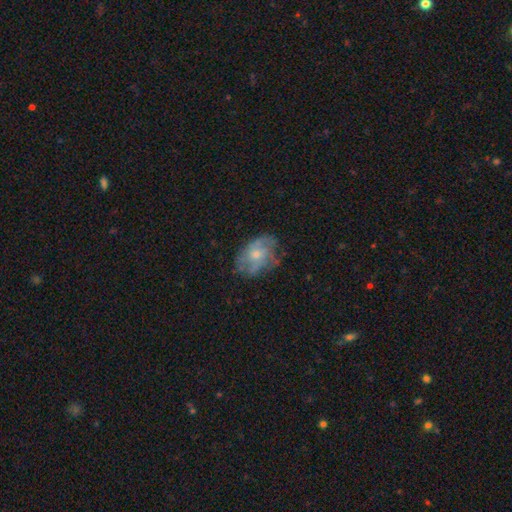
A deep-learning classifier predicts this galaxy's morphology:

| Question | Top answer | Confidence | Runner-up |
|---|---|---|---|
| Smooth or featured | featured or disk | 63% | smooth (29%) |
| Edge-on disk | no | 96% | yes (4%) |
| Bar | no | 72% | weak (24%) |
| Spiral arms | yes | 74% | no (26%) |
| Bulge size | small | 55% | moderate (39%) |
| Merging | none | 64% | minor disturbance (24%) |